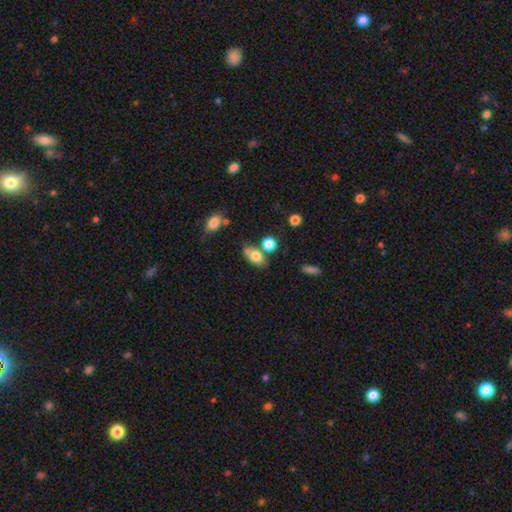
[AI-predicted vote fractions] Morphology: type=smooth (75%); roundness=in between (77%); merging=none (55%).